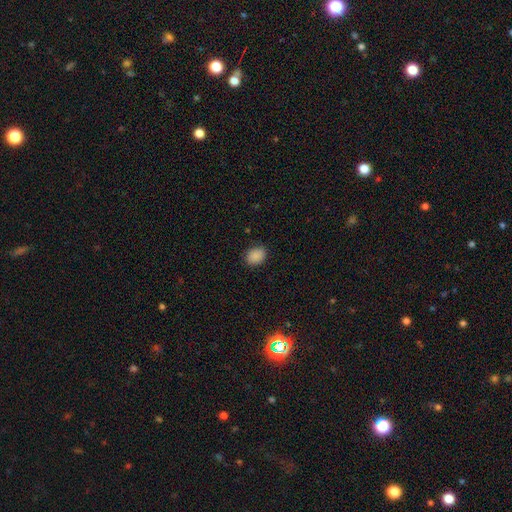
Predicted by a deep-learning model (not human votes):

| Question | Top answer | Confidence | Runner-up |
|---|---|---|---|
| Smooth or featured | smooth | 88% | star or artifact (9%) |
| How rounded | in between | 61% | round (38%) |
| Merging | none | 86% | minor disturbance (11%) |